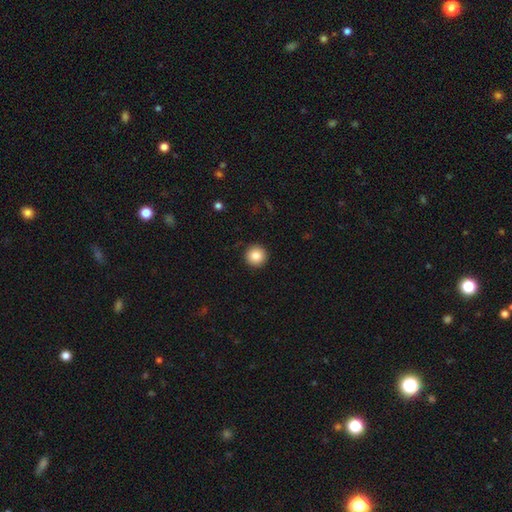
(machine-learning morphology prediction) smooth 85%, star or artifact 9%, featured or disk 6%. Down the decision tree: how rounded — round (96%); merging — none (93%).